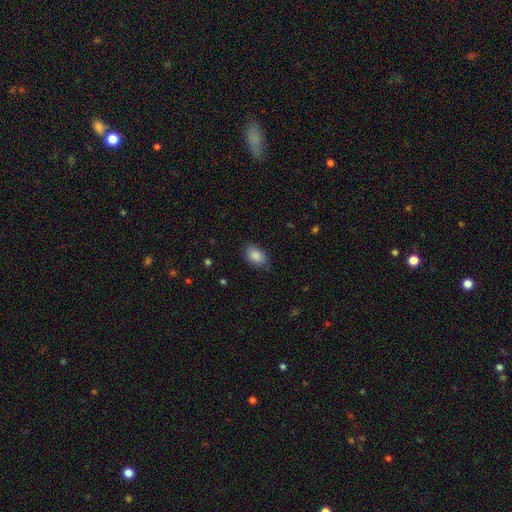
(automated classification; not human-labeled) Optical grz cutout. It shows a smooth galaxy with no disk features (88%) that is in between round and cigar-shaped (89%). Merging: none (78%).